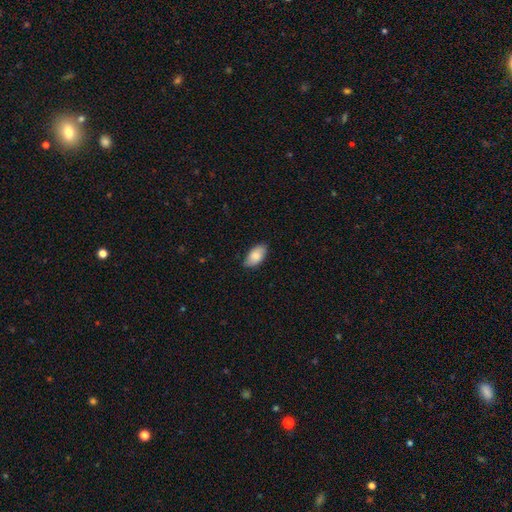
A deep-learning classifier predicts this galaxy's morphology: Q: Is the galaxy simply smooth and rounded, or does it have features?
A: smooth — 84%.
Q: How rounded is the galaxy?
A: in between — 94%.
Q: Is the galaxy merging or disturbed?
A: none — 80%.